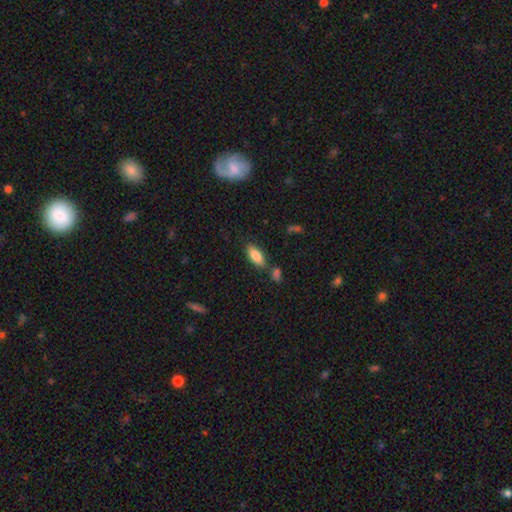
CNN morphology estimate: type=smooth (85%); roundness=in between (84%); merging=none (72%).